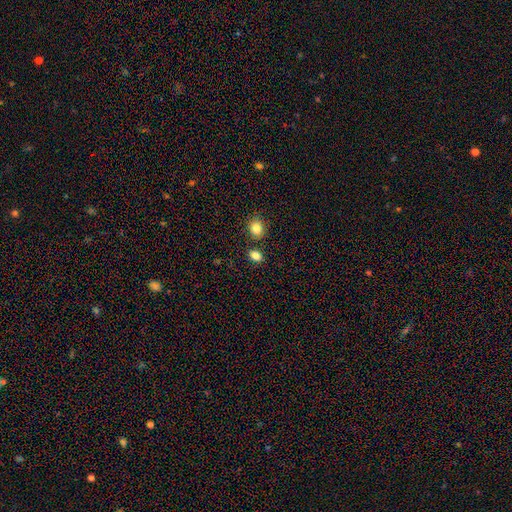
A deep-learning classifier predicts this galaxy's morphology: Smooth or featured: smooth — 84% (star or artifact — 11%)
How rounded: in between — 66% (round — 33%)
Merging: none — 76% (merger — 11%)